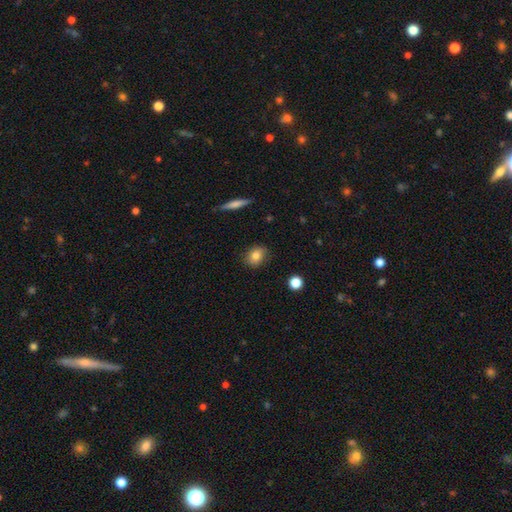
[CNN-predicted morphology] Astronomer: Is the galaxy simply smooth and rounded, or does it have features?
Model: smooth — 81%.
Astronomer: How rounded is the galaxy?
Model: round — 49%, tied with in between at 49%.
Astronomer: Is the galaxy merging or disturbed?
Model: none — 83%.